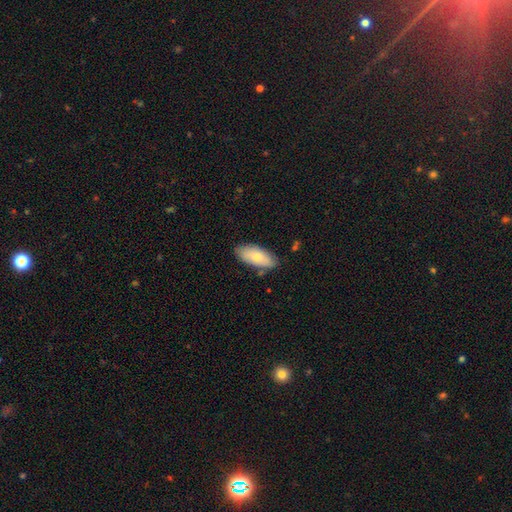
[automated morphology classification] Smooth or featured? Predicted: smooth (p=0.75). How rounded? Predicted: in between (p=0.89). Merging? Predicted: none (p=0.79).